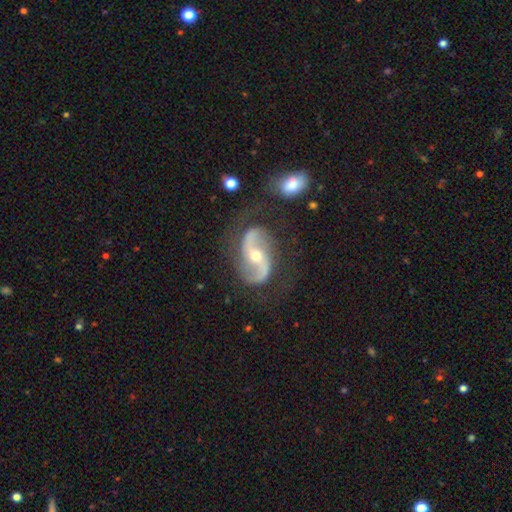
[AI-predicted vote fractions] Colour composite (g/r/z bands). It shows a featured or disk galaxy (91%) with no bar (43%), 2 (94%) loose (61%) spiral arms (97%) and a moderate central bulge (55%). Merging: none (73%).